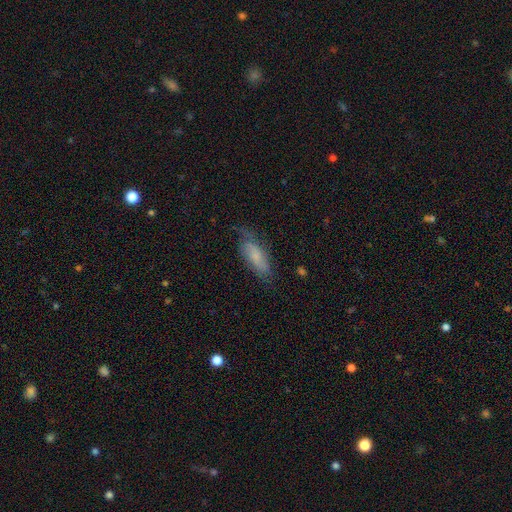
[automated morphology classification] Q: Smooth or featured?
A: smooth (53%); runner-up: featured or disk (39%)
Q: How rounded?
A: in between (65%); runner-up: cigar-shaped (32%)
Q: Merging?
A: none (62%); runner-up: minor disturbance (26%)